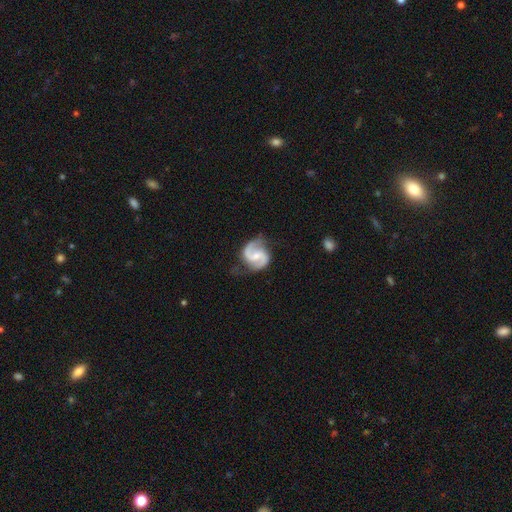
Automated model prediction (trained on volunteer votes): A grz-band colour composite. It shows a featured or disk galaxy (91%) with a weak bar (49%), 2 (94%) medium (59%) spiral arms (98%) and a small central bulge (46%). Merging: none (75%).